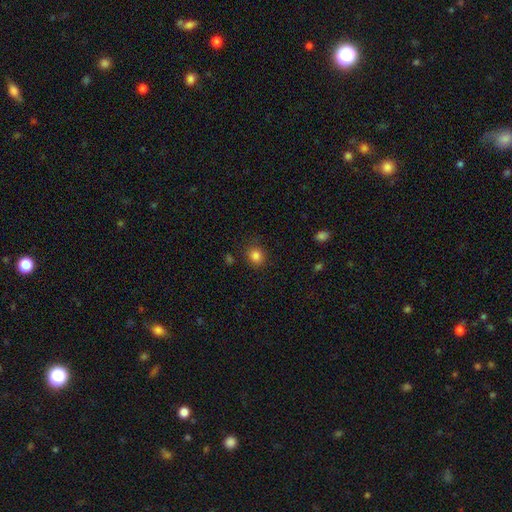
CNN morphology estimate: smooth 84%, star or artifact 12%, featured or disk 4%. Down the decision tree: how rounded — round (78%); merging — none (85%).